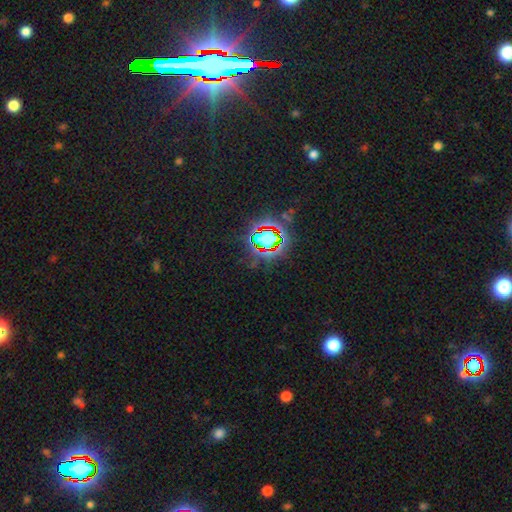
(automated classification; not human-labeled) The model was most divided on "smooth or featured": star or artifact: 82%, smooth: 10%, featured or disk: 8%.